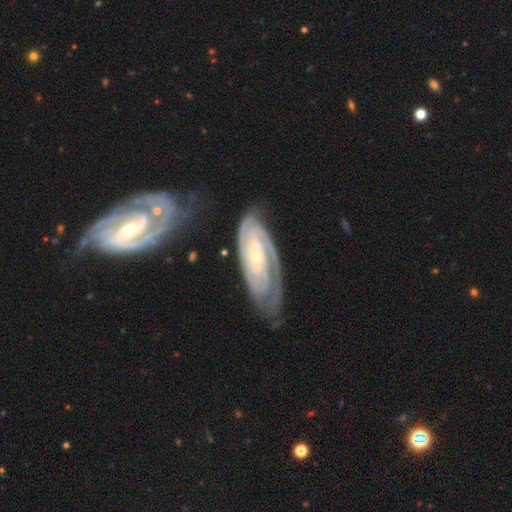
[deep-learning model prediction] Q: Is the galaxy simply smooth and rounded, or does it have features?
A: featured or disk — 89%.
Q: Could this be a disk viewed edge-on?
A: no — 94%.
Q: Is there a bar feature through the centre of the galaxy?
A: no — 61%.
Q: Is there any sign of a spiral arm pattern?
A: yes — 98%.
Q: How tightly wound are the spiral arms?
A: tight — 79%.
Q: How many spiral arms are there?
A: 2 — 38%.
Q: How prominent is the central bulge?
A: small — 75%.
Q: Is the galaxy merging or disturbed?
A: none — 64%.